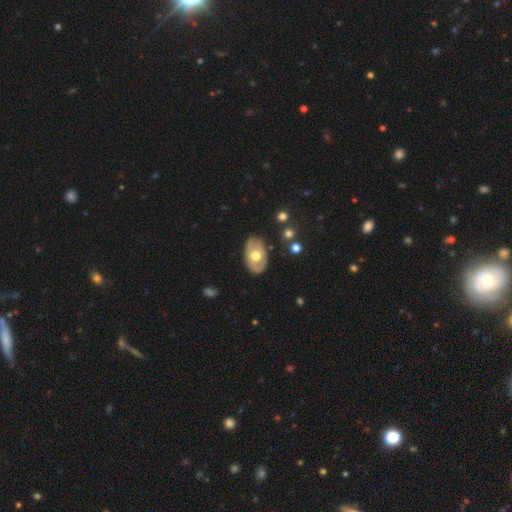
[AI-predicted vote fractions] smooth-or-featured: smooth: 49% | featured or disk: 45% | star or artifact: 5%
  merging: none: 82% | minor disturbance: 13% | major disturbance: 3% | merger: 1%